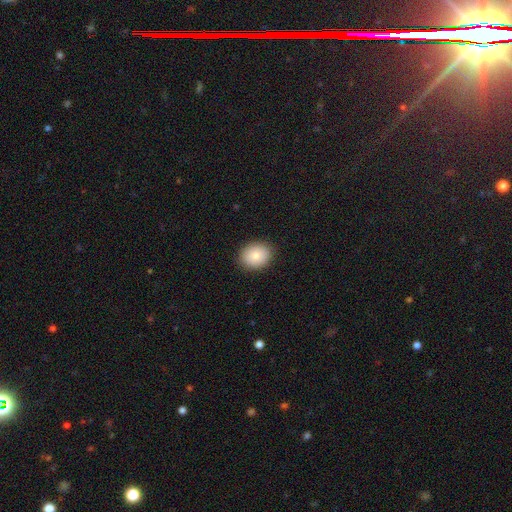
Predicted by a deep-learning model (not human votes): Smooth or featured?
  - smooth: 83% *
  - featured or disk: 9%
  - star or artifact: 8%
How rounded?
  - round: 54% *
  - in between: 46%
  - cigar-shaped: 1%
Merging?
  - none: 89% *
  - minor disturbance: 8%
  - major disturbance: 2%
  - merger: 1%